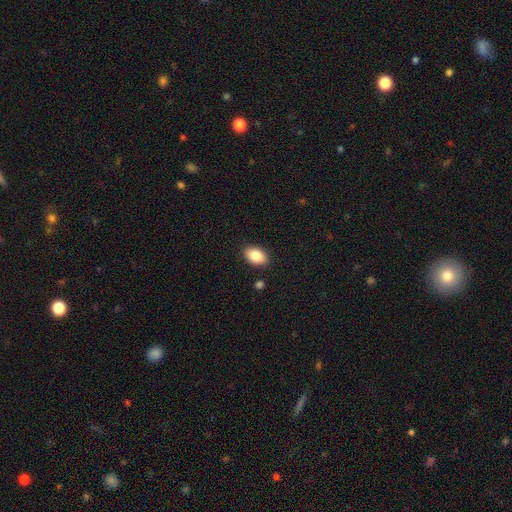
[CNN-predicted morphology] type=smooth (86%); roundness=in between (89%); merging=none (88%).